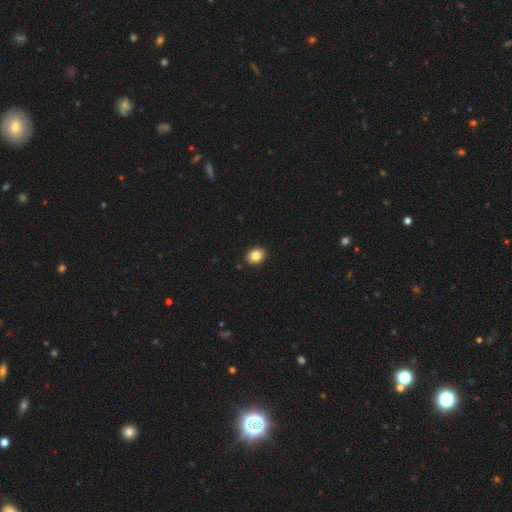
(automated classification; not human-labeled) Smooth or featured? smooth (85%)
How rounded? in between (50%)
Merging? none (91%)